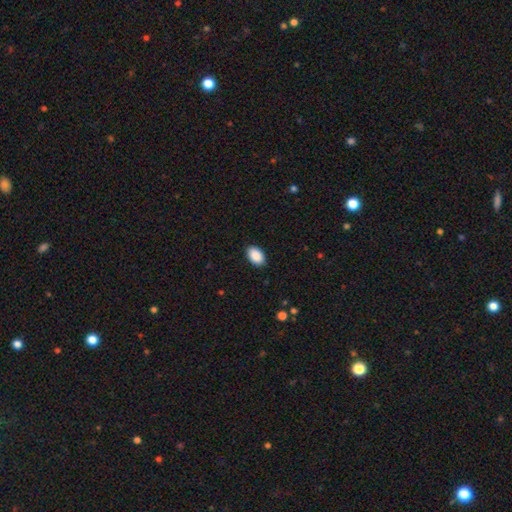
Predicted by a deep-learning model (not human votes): A smooth galaxy with no disk features (90%) that is in between round and cigar-shaped (92%).

Vote fractions:
- Smooth or featured? smooth: 90% / star or artifact: 7% / featured or disk: 3%
- How rounded? in between: 92% / round: 7% / cigar-shaped: 1%
- Merging? none: 88% / minor disturbance: 9% / major disturbance: 2% / merger: 1%